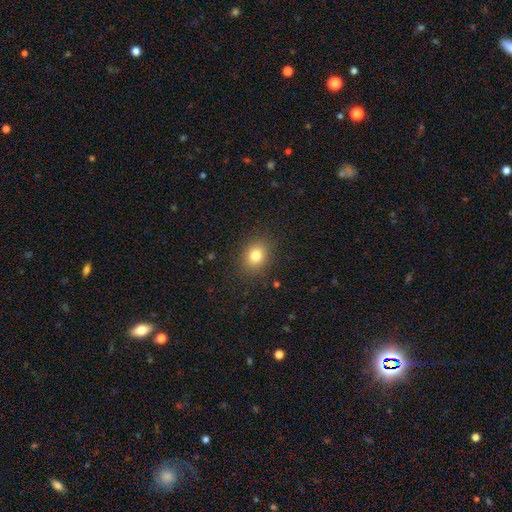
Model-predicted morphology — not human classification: type=smooth (80%); roundness=round (54%); merging=none (87%).